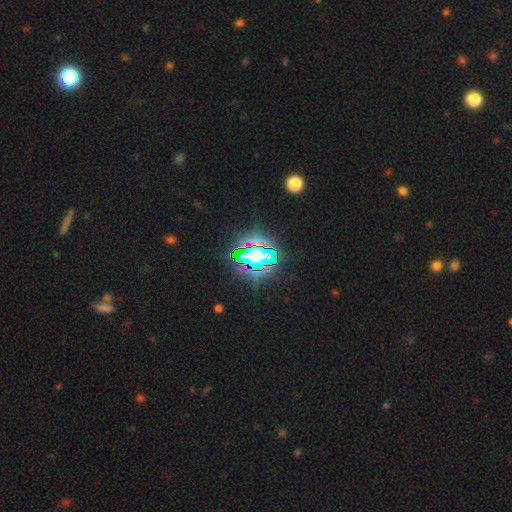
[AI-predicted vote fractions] A star or artifact, not a galaxy (70%).